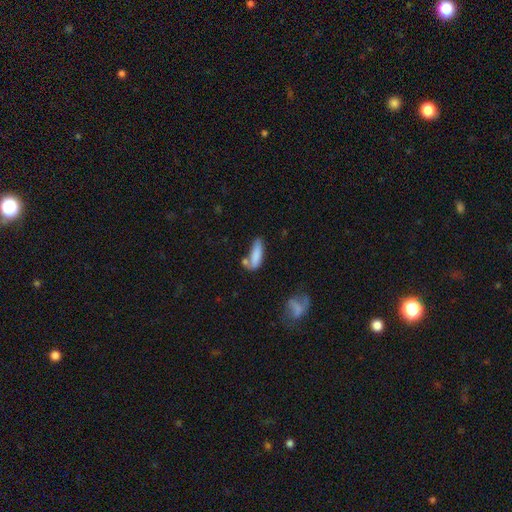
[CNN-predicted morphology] The model was most divided on "how rounded": in between: 50%, cigar-shaped: 48%, round: 2%. Remaining: smooth or featured — smooth (82%); merging — none (48%).